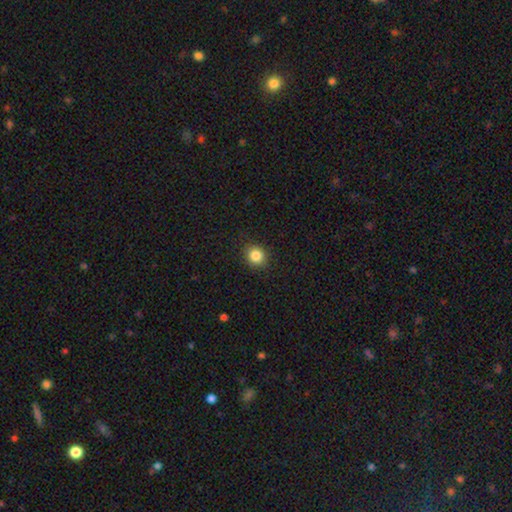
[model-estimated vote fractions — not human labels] Smooth or featured: smooth — 85% (star or artifact — 11%)
How rounded: round — 81% (in between — 18%)
Merging: none — 89% (minor disturbance — 8%)